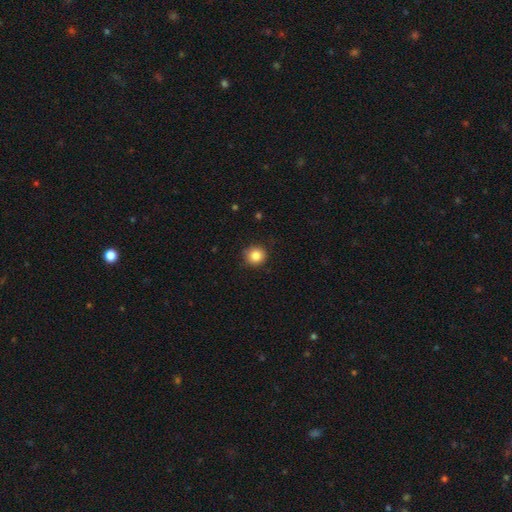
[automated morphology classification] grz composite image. It shows a smooth galaxy with no disk features (86%) that is round (92%). Merging: none (87%).